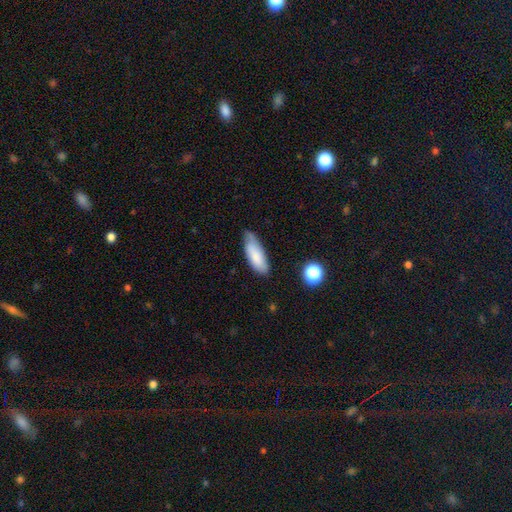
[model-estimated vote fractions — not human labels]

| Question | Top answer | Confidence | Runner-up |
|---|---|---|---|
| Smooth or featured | smooth | 75% | featured or disk (18%) |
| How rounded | in between | 72% | cigar-shaped (26%) |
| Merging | none | 57% | minor disturbance (33%) |